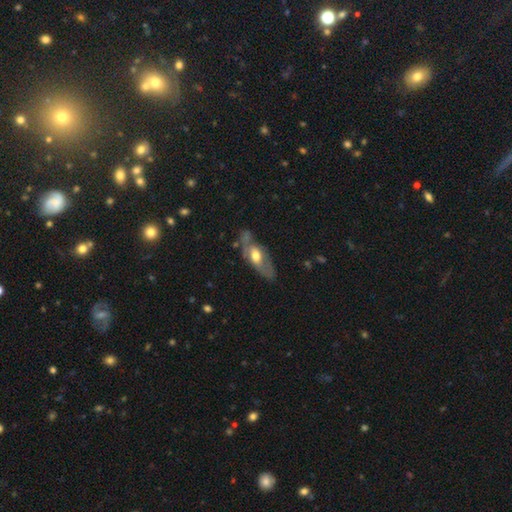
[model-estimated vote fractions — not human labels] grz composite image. It shows a featured or disk galaxy (53%). Merging: none (60%).